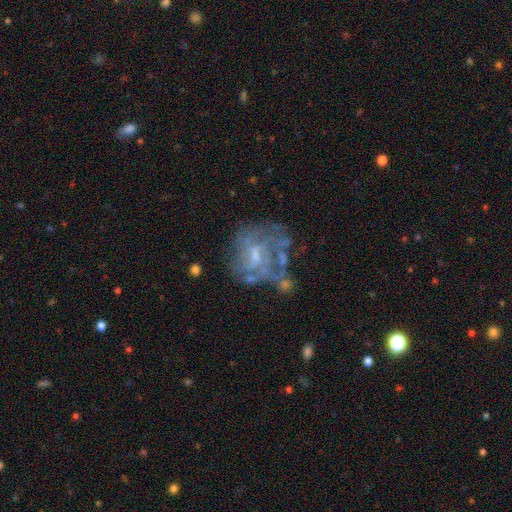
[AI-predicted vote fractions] A featured or disk galaxy (74%) with a weak bar (47%), spiral arms (58%) and a small central bulge (45%). Merging: none (39%).